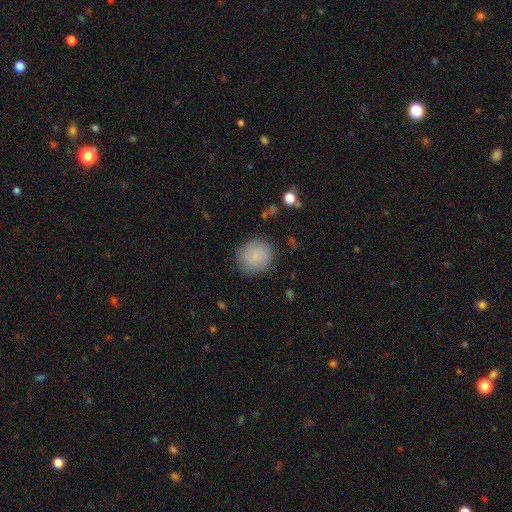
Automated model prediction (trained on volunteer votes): Q: Smooth or featured?
A: smooth (83%); runner-up: featured or disk (10%)
Q: How rounded?
A: round (89%); runner-up: in between (10%)
Q: Merging?
A: none (85%); runner-up: minor disturbance (11%)